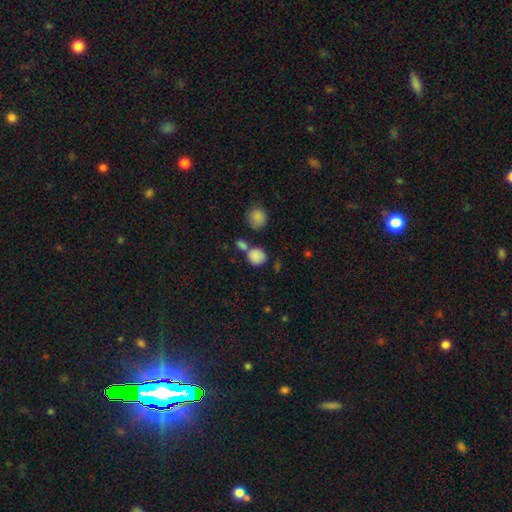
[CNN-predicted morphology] Smooth or featured? smooth (85%)
How rounded? round (83%)
Merging? none (56%)